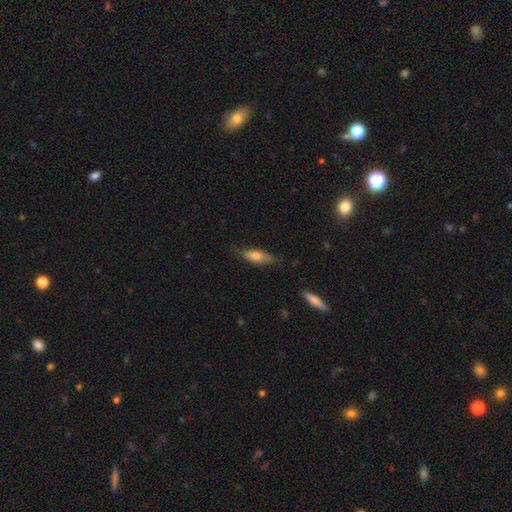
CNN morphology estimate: Smooth or featured? Predicted: smooth (p=0.71). How rounded? Predicted: in between (p=0.55). Merging? Predicted: none (p=0.71).